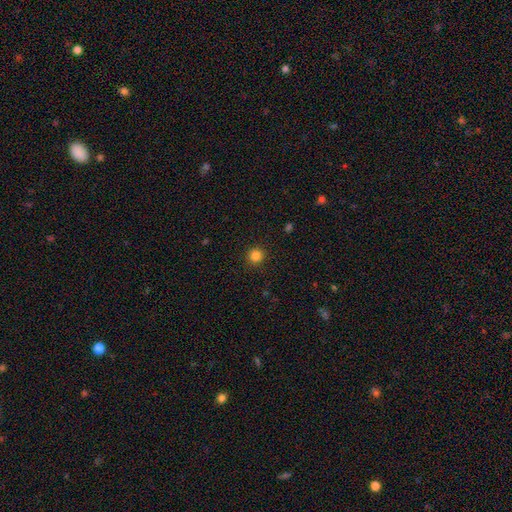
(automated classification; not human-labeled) The model was most divided on "smooth or featured": smooth: 83%, star or artifact: 13%, featured or disk: 4%. More confident: how rounded — round (94%); merging — none (92%).